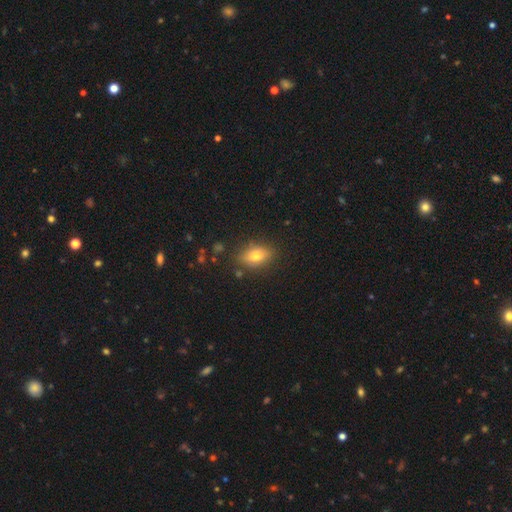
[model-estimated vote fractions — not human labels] Smooth or featured?
  - smooth: 75% *
  - featured or disk: 15%
  - star or artifact: 10%
How rounded?
  - in between: 79% *
  - round: 17%
  - cigar-shaped: 4%
Merging?
  - none: 83% *
  - minor disturbance: 12%
  - major disturbance: 3%
  - merger: 2%